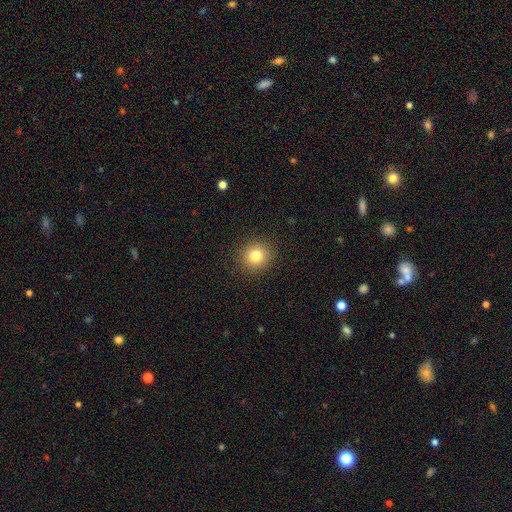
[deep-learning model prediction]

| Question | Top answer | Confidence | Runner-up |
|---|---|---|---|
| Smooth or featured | smooth | 81% | star or artifact (12%) |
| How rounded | round | 91% | in between (8%) |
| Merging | none | 90% | minor disturbance (6%) |